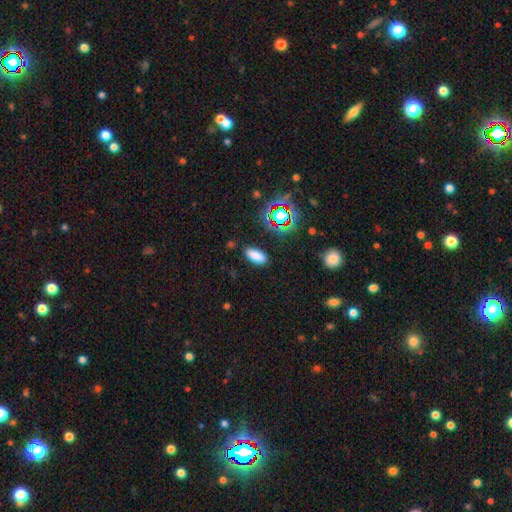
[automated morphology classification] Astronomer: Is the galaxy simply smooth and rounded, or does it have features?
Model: smooth — 79%.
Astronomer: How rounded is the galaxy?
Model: in between — 81%.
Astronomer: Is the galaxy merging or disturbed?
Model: none — 86%.